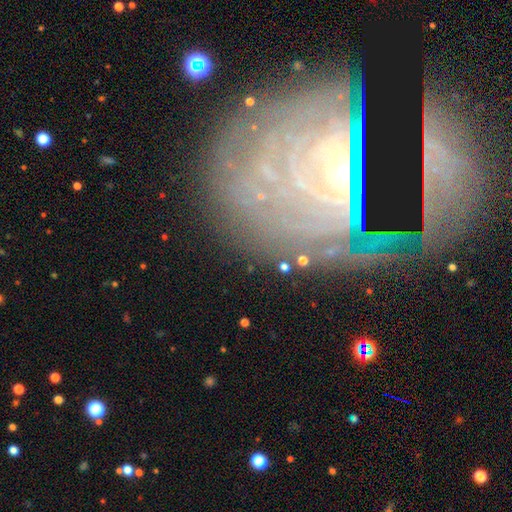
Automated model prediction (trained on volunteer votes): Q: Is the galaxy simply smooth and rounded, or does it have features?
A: featured or disk — 70%.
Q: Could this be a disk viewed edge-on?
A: no — 91%.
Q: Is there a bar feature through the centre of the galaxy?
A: no — 49%.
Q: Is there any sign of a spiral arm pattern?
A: yes — 76%.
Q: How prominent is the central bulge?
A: moderate — 42%.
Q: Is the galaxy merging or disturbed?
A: none — 62%.